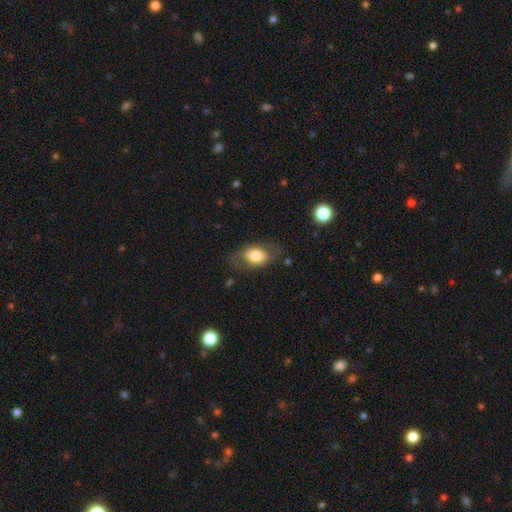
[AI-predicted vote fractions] Morphology: type=smooth (70%); roundness=in between (80%); merging=none (70%).